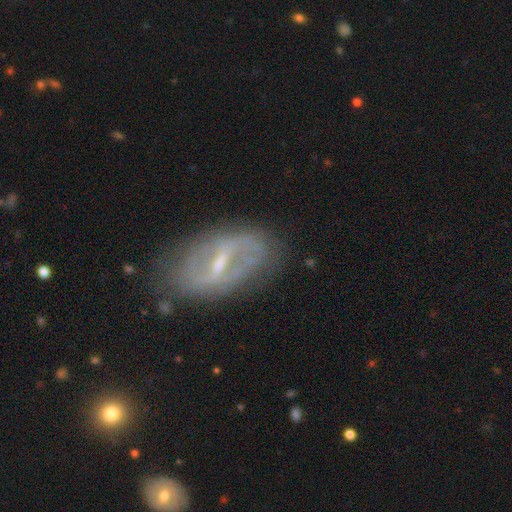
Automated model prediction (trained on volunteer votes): The model was most divided on "bar": strong: 54%, weak: 37%, no: 9%. More confident: edge-on disk — no (91%); smooth or featured — featured or disk (79%); merging — none (69%); spiral arms — yes (68%); bulge size — small (52%).